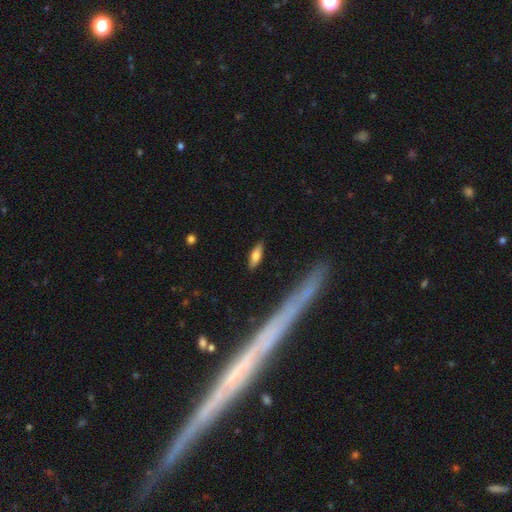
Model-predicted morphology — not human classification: Overall: smooth (70%). How rounded: in between (64%; cigar-shaped 33%). Merging: none (86%).